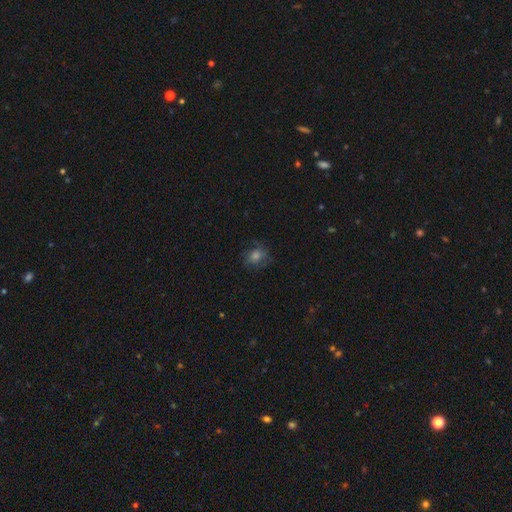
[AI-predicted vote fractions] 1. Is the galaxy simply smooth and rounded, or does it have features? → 48% smooth, 31% featured or disk, 21% star or artifact.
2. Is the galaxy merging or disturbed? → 71% none, 18% minor disturbance, 10% major disturbance, 1% merger.